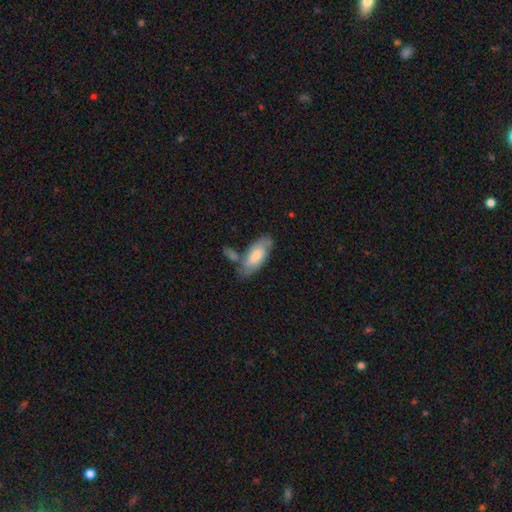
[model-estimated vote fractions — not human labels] This appears to be a smooth galaxy with no disk features (67%) that is in between round and cigar-shaped (81%). Merging: none (54%).